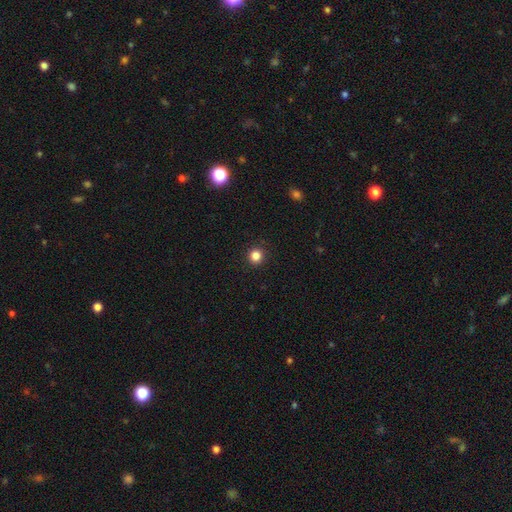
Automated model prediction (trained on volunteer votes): Q: Smooth or featured?
A: smooth (84%); runner-up: star or artifact (12%)
Q: How rounded?
A: round (93%); runner-up: in between (6%)
Q: Merging?
A: none (92%); runner-up: minor disturbance (5%)